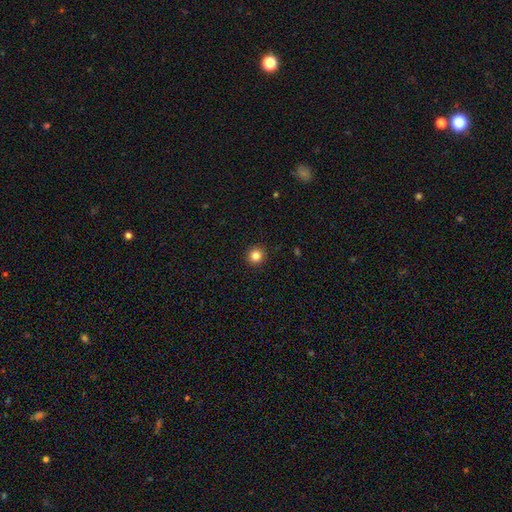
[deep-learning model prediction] Smooth or featured? Predicted: smooth (p=0.85). How rounded? Predicted: round (p=0.93). Merging? Predicted: none (p=0.92).